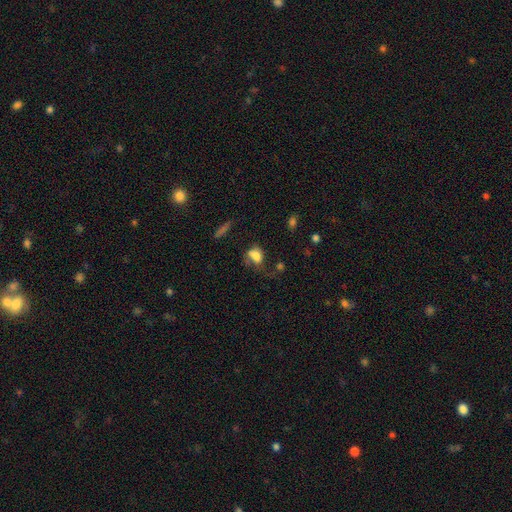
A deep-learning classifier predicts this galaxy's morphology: The model was most divided on "merging": major disturbance: 33%, none: 32%, minor disturbance: 23%, merger: 12%. More confident: how rounded — in between (72%); smooth or featured — smooth (70%).